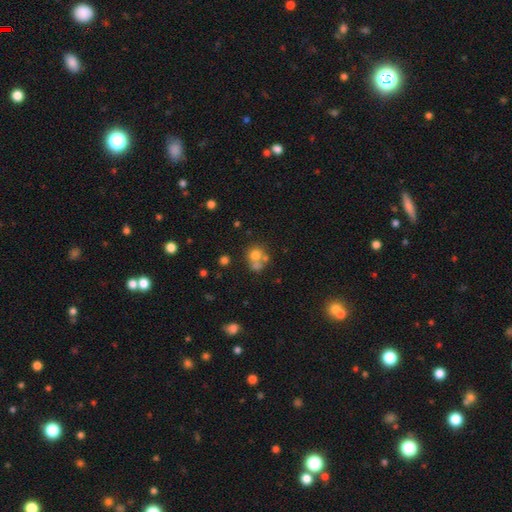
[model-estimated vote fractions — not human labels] Overall: smooth (69%). How rounded: round (79%). Merging: merger (44%; none 41%).